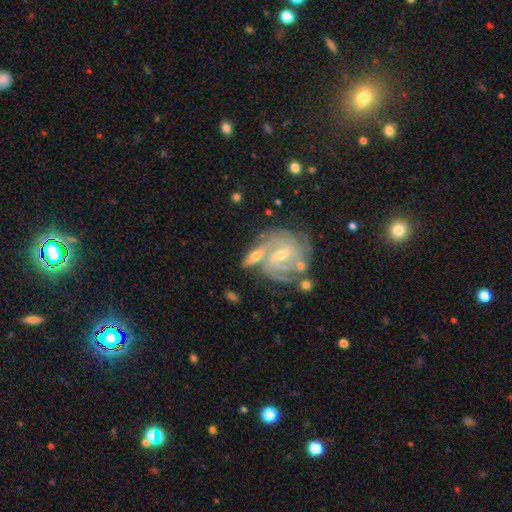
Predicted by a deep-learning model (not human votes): Smooth or featured?
  - featured or disk: 71% *
  - smooth: 23%
  - star or artifact: 7%
Edge-on disk?
  - no: 86% *
  - yes: 14%
Bar?
  - weak: 45% *
  - no: 33%
  - strong: 22%
Spiral arms?
  - yes: 86% *
  - no: 14%
Spiral winding?
  - tight: 60% *
  - medium: 31%
  - loose: 9%
Spiral arm count?
  - 2: 30% *
  - 3: 28%
  - can't tell: 24%
  - 4: 9%
  - 1: 5%
  - more than 4: 5%
Bulge size?
  - small: 50% *
  - moderate: 43%
  - large: 3%
  - none: 2%
  - dominant: 1%
Merging?
  - none: 52% *
  - merger: 26%
  - minor disturbance: 16%
  - major disturbance: 6%